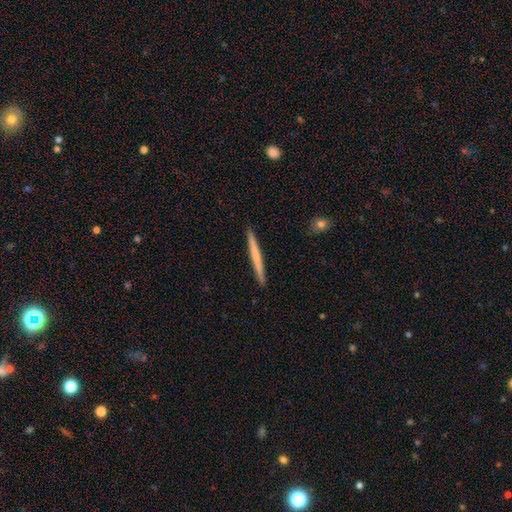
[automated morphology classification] smooth_or_featured: smooth (p=0.56) [alt: featured or disk p=0.39]
how_rounded: cigar-shaped (p=0.97) [alt: in between p=0.01]
merging: none (p=0.93) [alt: minor disturbance p=0.05]